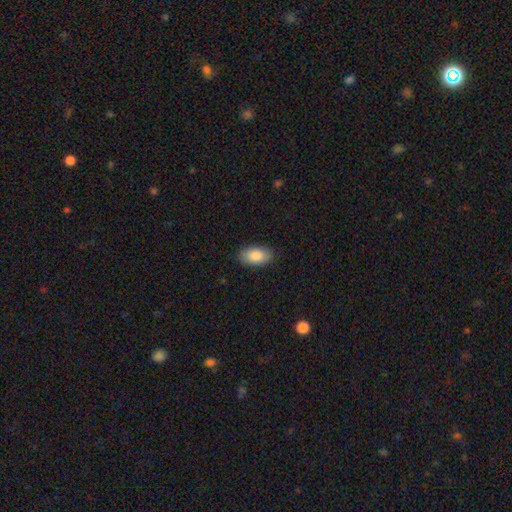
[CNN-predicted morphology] Overall: smooth (86%). How rounded: in between (94%). Merging: none (88%).